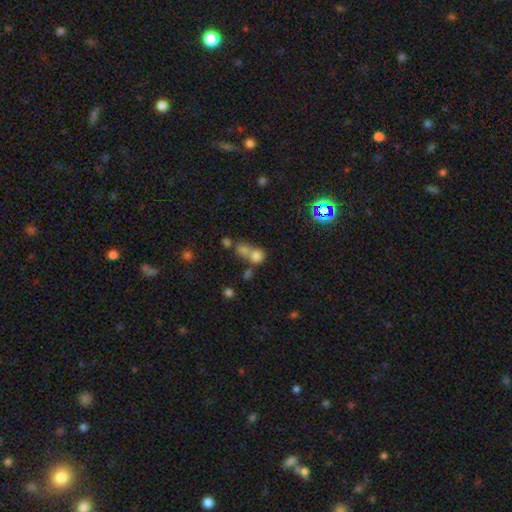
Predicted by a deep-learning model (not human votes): This is likely a smooth galaxy (73%). How rounded: likely round (77%). Merging: possibly merger (53%).